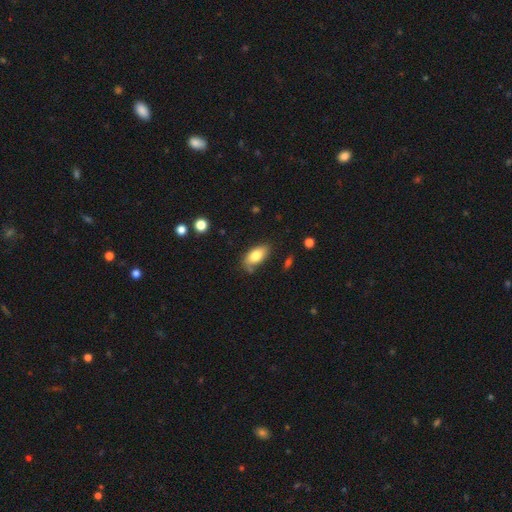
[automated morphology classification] This is likely a smooth galaxy (79%). How rounded: clearly in between (91%). Merging: likely none (69%).